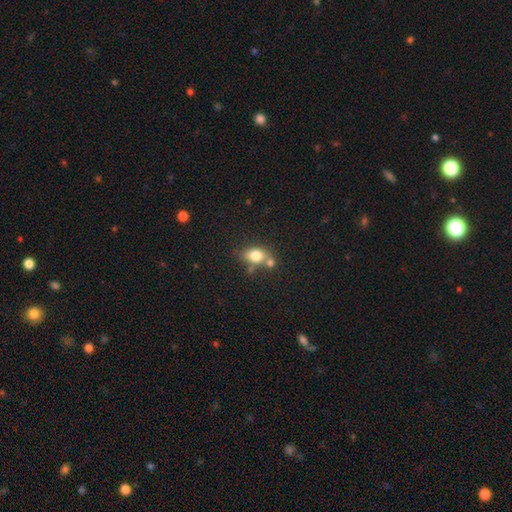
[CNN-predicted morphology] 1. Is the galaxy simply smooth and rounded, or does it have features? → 77% smooth, 13% featured or disk, 10% star or artifact.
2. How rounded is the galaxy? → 66% in between, 32% round, 3% cigar-shaped.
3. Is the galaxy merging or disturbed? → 48% none, 31% merger, 15% minor disturbance, 5% major disturbance.